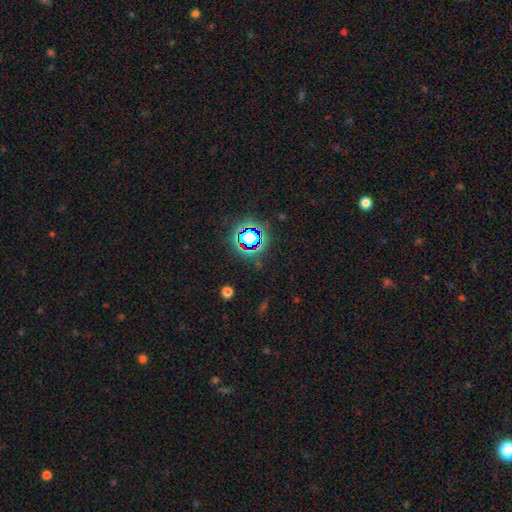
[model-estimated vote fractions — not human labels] Smooth or featured? Predicted: star or artifact (p=0.79).